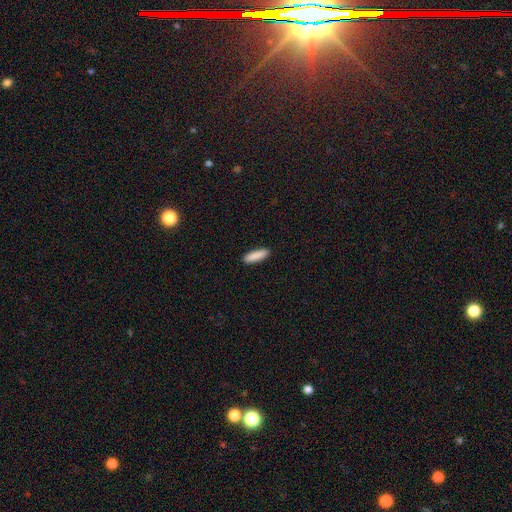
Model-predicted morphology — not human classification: type=smooth (89%); roundness=cigar-shaped (68%); merging=none (91%).